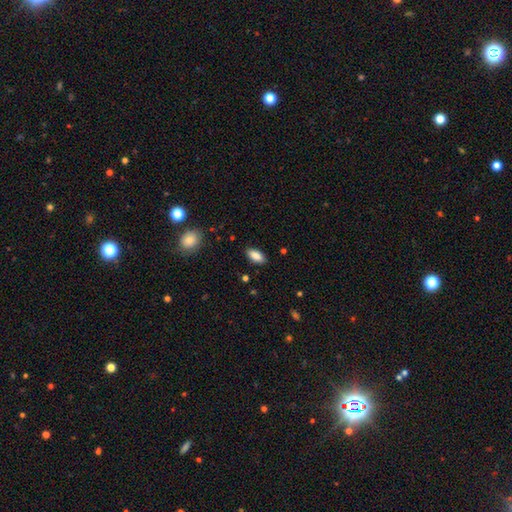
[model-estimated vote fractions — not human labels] Smooth or featured? Predicted: smooth (p=0.87). How rounded? Predicted: in between (p=0.89). Merging? Predicted: none (p=0.86).